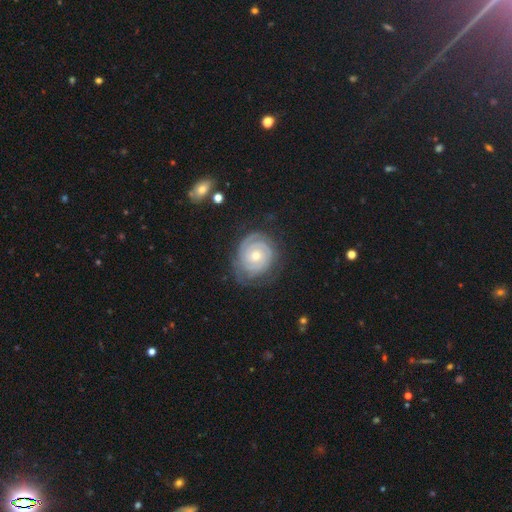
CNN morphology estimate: type=featured or disk (86%); edge-on=no (98%); bar=no (75%); spiral arms=yes (97%); winding=tight (85%); arm count=2 (35%); bulge=small (52%); merging=none (75%).